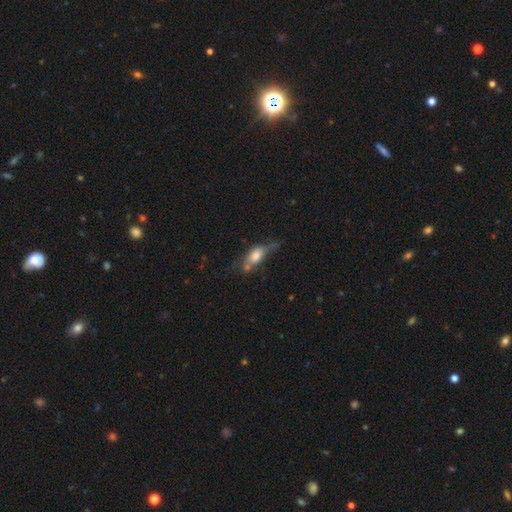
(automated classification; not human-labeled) Q: Smooth or featured?
A: smooth (57%); runner-up: featured or disk (34%)
Q: How rounded?
A: in between (71%); runner-up: cigar-shaped (22%)
Q: Merging?
A: none (35%); runner-up: minor disturbance (29%)